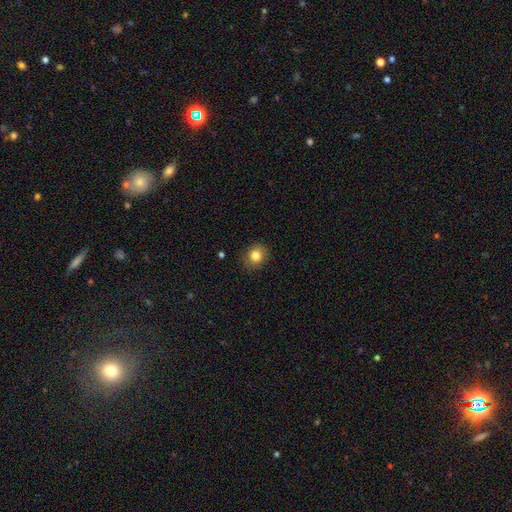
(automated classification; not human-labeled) A smooth galaxy with no disk features (82%) that is round (72%). Merging: none (86%).